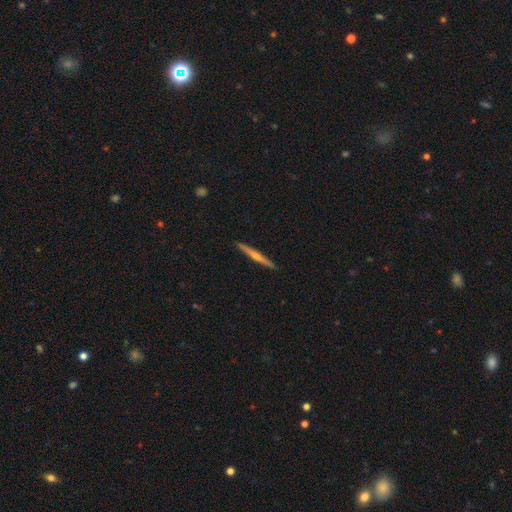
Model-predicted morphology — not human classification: A featured or disk galaxy (69%) viewed edge-on (98%) with a rounded central bulge (77%). Merging: none (92%).